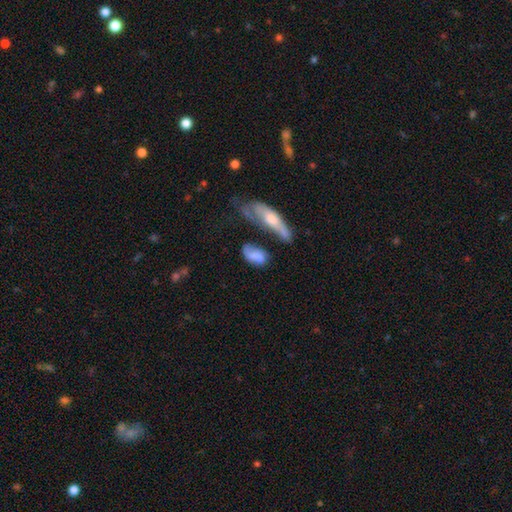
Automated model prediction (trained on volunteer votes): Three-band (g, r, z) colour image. It shows a smooth galaxy with no disk features (66%) that is in between round and cigar-shaped (83%). Merging: none (38%).